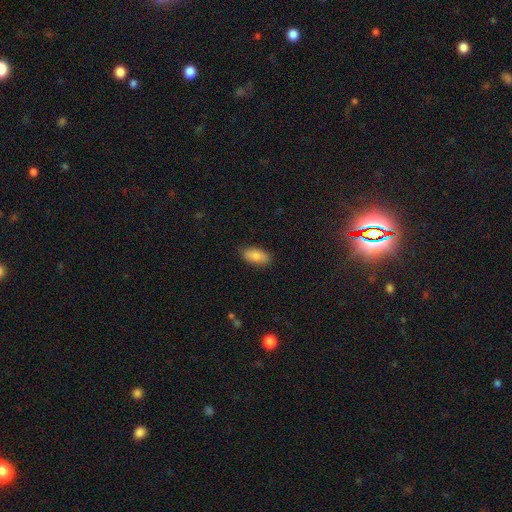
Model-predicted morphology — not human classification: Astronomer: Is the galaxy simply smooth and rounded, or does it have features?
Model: smooth — 85%.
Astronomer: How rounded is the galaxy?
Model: in between — 91%.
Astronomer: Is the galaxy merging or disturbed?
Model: none — 85%.